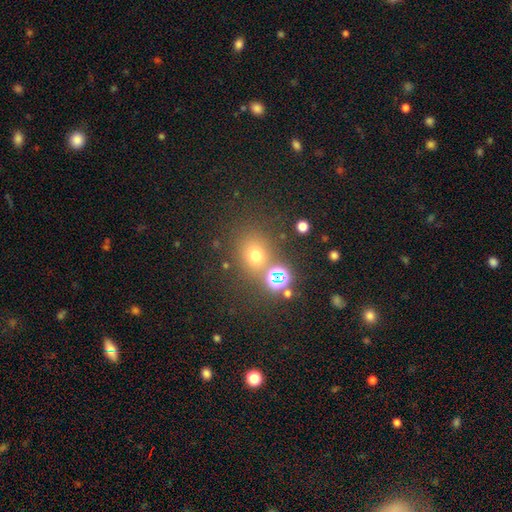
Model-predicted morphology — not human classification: Q: Smooth or featured?
A: smooth (60%); runner-up: star or artifact (30%)
Q: How rounded?
A: round (76%); runner-up: in between (23%)
Q: Merging?
A: none (70%); runner-up: merger (14%)